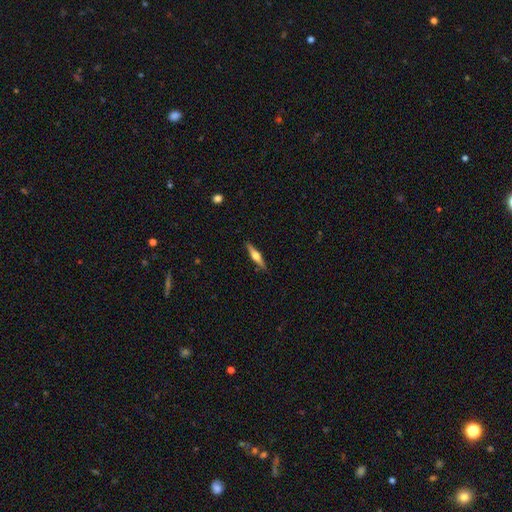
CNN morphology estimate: This appears to be a featured or disk galaxy (62%) viewed edge-on (97%) with a rounded central bulge (92%). Merging: none (89%).